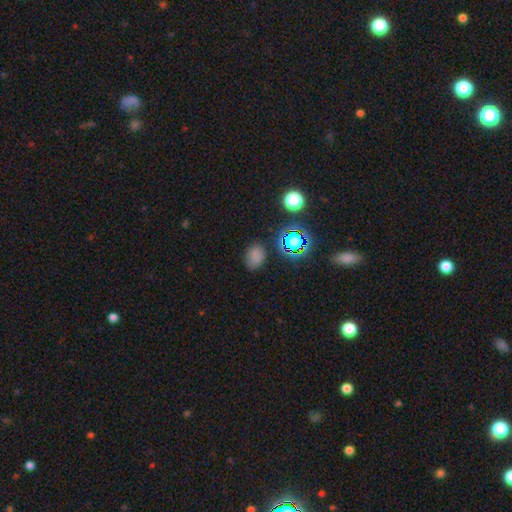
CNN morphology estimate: smooth-or-featured: smooth: 70% | star or artifact: 23% | featured or disk: 7%
  how-rounded: in between: 66% | round: 33% | cigar-shaped: 1%
  merging: none: 76% | minor disturbance: 17% | major disturbance: 5% | merger: 3%